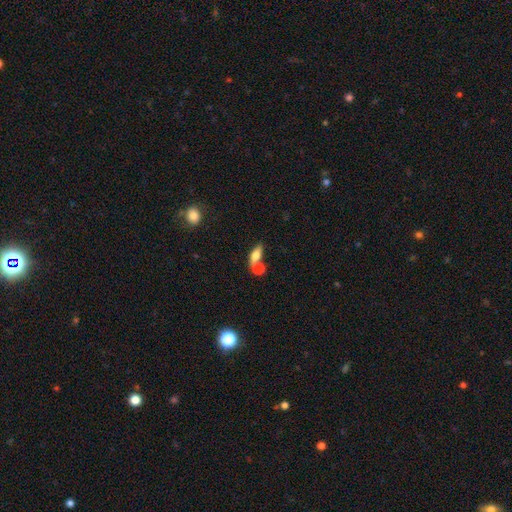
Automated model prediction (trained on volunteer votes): Smooth or featured?
  - smooth: 66% *
  - featured or disk: 25%
  - star or artifact: 9%
How rounded?
  - in between: 70% *
  - cigar-shaped: 20%
  - round: 10%
Merging?
  - none: 43% *
  - merger: 41%
  - minor disturbance: 11%
  - major disturbance: 5%